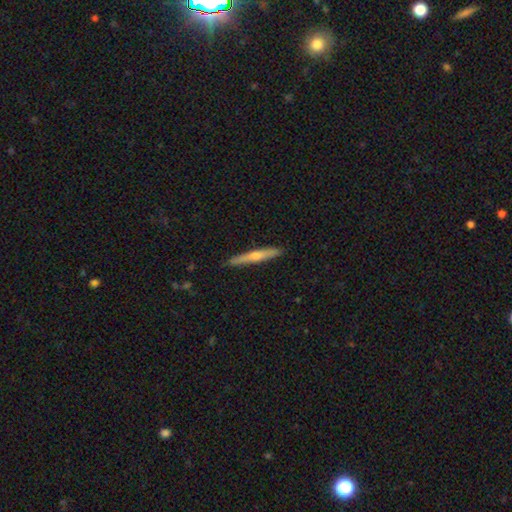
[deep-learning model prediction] Overall: featured or disk (64%; smooth 29%). Edge-on disk: yes (97%). Edge-on bulge: rounded (82%). Merging: none (91%).